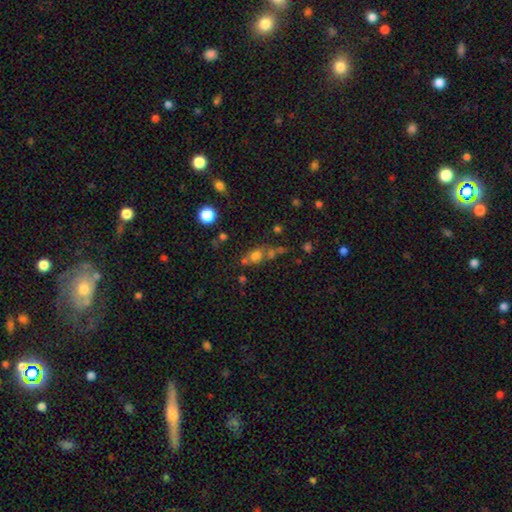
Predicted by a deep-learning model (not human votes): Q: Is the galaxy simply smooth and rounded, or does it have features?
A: smooth — 63%.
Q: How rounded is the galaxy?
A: round — 53%.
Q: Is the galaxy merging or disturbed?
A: none — 42%.